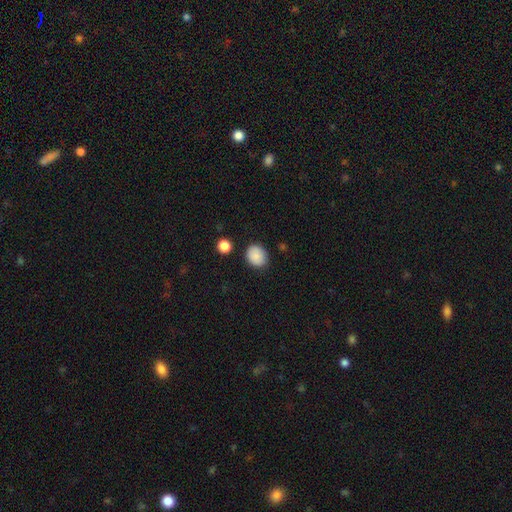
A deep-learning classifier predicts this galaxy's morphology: This appears to be a smooth galaxy with no disk features (87%) that is round (57%). Merging: none (81%).